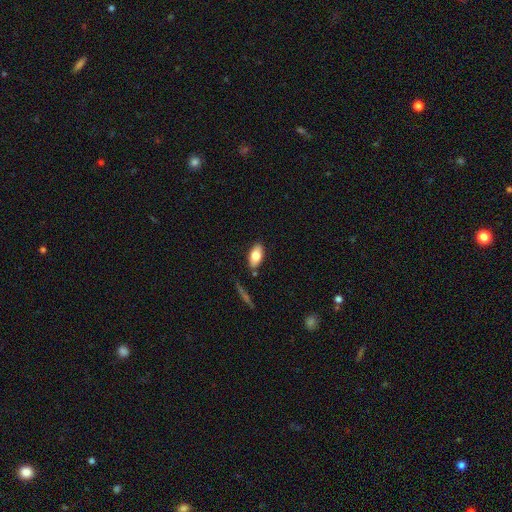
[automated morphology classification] Smooth or featured? Predicted: smooth (p=0.77). How rounded? Predicted: in between (p=0.91). Merging? Predicted: none (p=0.82).